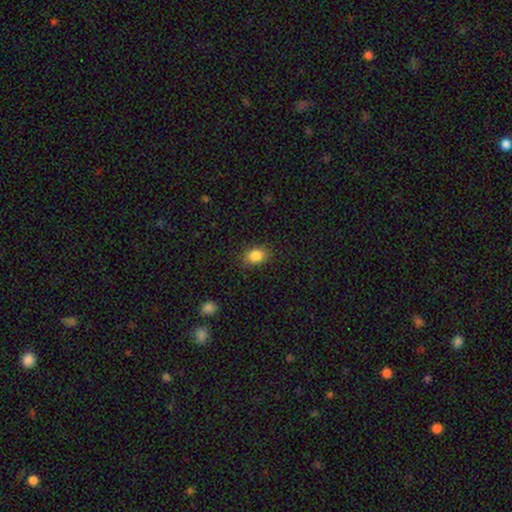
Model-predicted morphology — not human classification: This appears to be a smooth galaxy with no disk features (85%) that is in between round and cigar-shaped (66%). Merging: none (84%).